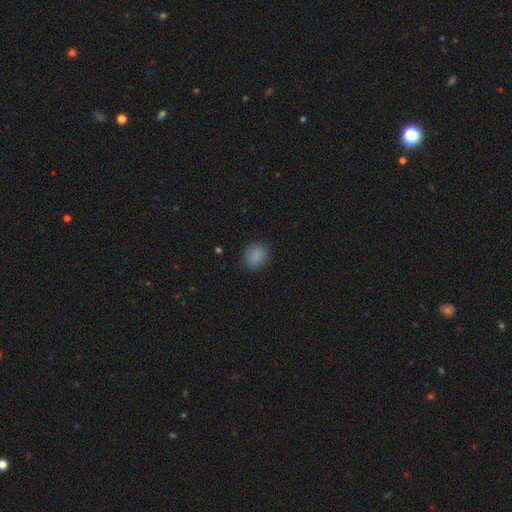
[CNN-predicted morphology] This appears to be a smooth galaxy with no disk features (86%) that is round (75%). Merging: none (85%).